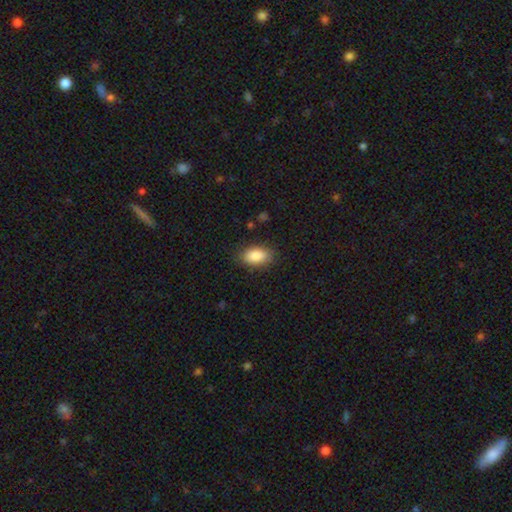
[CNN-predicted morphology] Smooth or featured?
  - smooth: 88% *
  - star or artifact: 7%
  - featured or disk: 5%
How rounded?
  - in between: 92% *
  - round: 6%
  - cigar-shaped: 3%
Merging?
  - none: 84% *
  - minor disturbance: 11%
  - major disturbance: 3%
  - merger: 1%